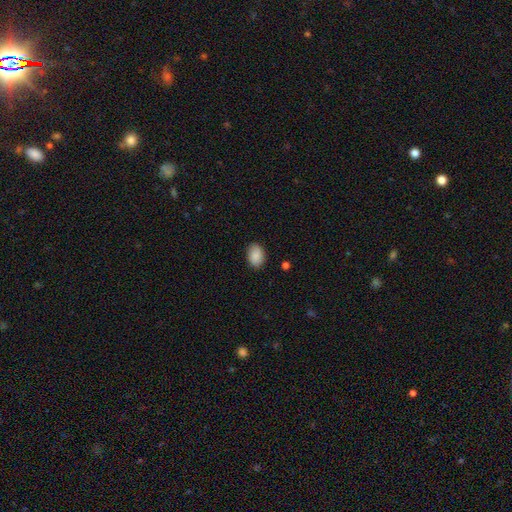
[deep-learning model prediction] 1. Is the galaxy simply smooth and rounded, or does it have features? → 89% smooth, 7% star or artifact, 4% featured or disk.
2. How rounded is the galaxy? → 82% in between, 17% round, 1% cigar-shaped.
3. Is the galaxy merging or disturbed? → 86% none, 11% minor disturbance, 2% major disturbance, 1% merger.